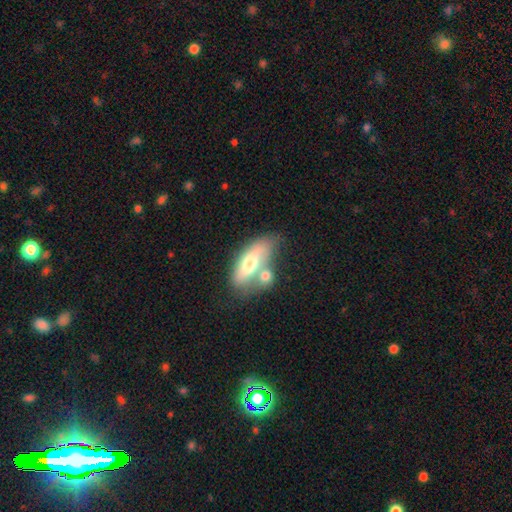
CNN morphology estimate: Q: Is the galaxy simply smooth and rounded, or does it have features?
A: smooth — 56%.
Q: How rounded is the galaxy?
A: in between — 75%.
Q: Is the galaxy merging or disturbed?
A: none — 39%.